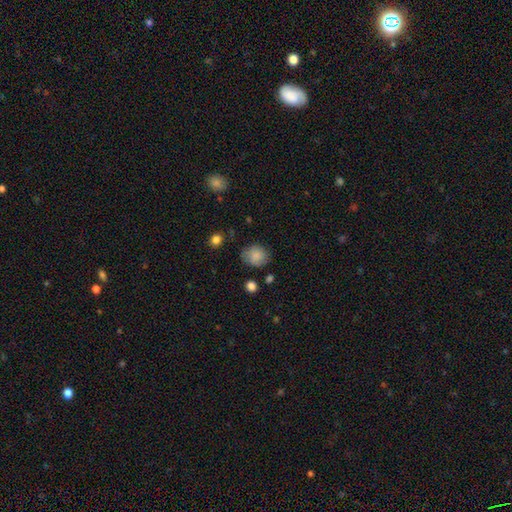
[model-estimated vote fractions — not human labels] Smooth or featured? smooth (82%)
How rounded? round (61%)
Merging? none (71%)